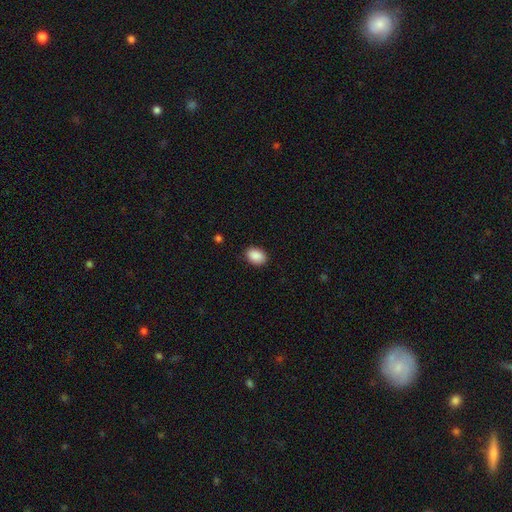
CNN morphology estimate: Smooth or featured: smooth — 90% (star or artifact — 7%)
How rounded: in between — 78% (round — 21%)
Merging: none — 88% (minor disturbance — 9%)